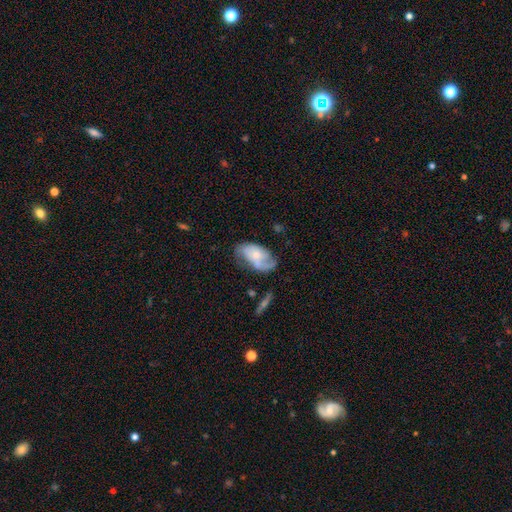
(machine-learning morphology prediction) The model was most divided on "merging": none: 41%, minor disturbance: 29%, major disturbance: 24%, merger: 6%. More confident: edge-on disk — no (94%); spiral arms — yes (78%); bar — no (71%); smooth or featured — featured or disk (56%); bulge size — small (51%).